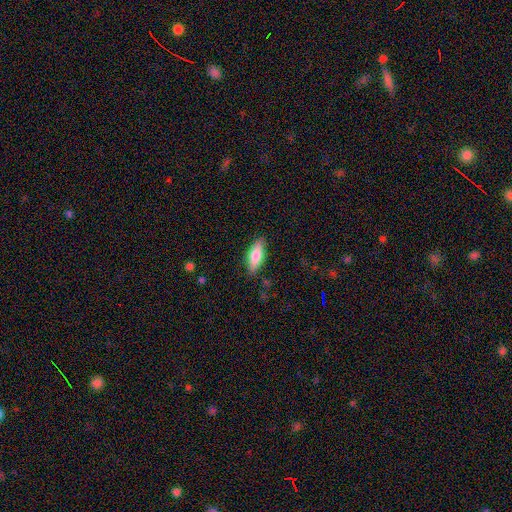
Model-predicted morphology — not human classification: Smooth or featured: smooth — 74% (featured or disk — 20%)
How rounded: in between — 65% (cigar-shaped — 32%)
Merging: none — 85% (minor disturbance — 12%)